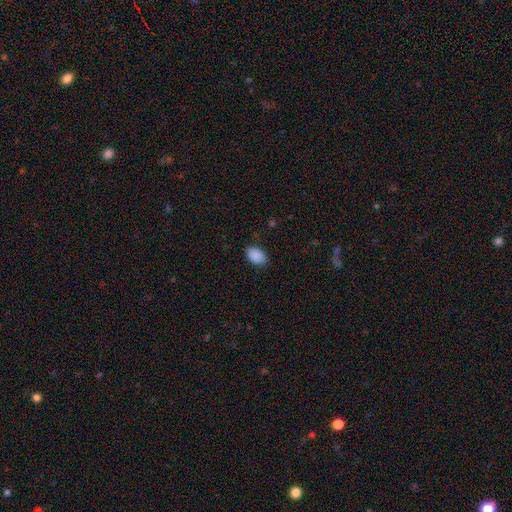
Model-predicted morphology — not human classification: Q: Smooth or featured?
A: smooth (90%); runner-up: star or artifact (7%)
Q: How rounded?
A: in between (88%); runner-up: round (11%)
Q: Merging?
A: none (85%); runner-up: minor disturbance (12%)